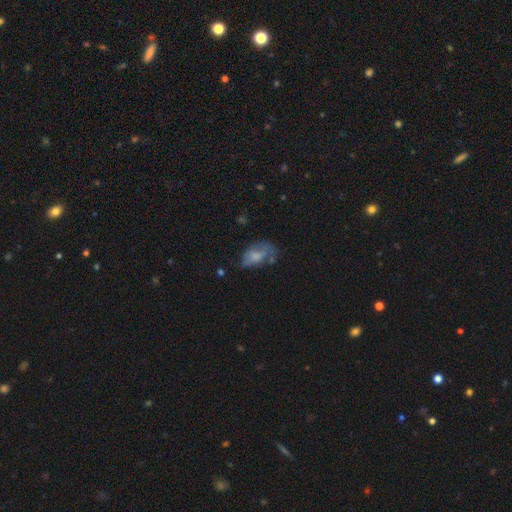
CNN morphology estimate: Smooth or featured? Predicted: smooth (p=0.58). How rounded? Predicted: in between (p=0.88). Merging? Predicted: none (p=0.33).